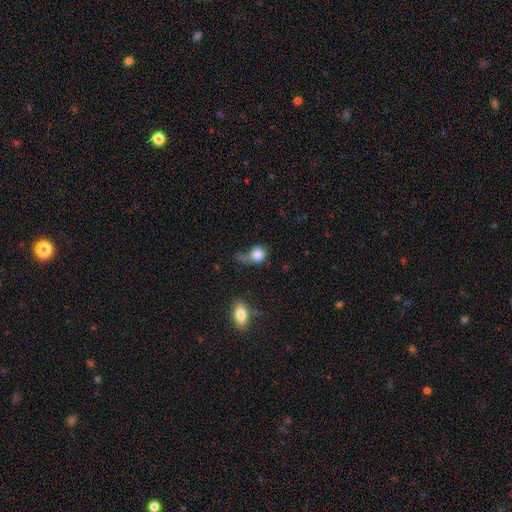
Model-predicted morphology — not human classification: Smooth or featured?
  - smooth: 81% *
  - featured or disk: 10%
  - star or artifact: 9%
How rounded?
  - round: 73% *
  - in between: 25%
  - cigar-shaped: 2%
Merging?
  - none: 36% *
  - major disturbance: 26%
  - minor disturbance: 21%
  - merger: 17%